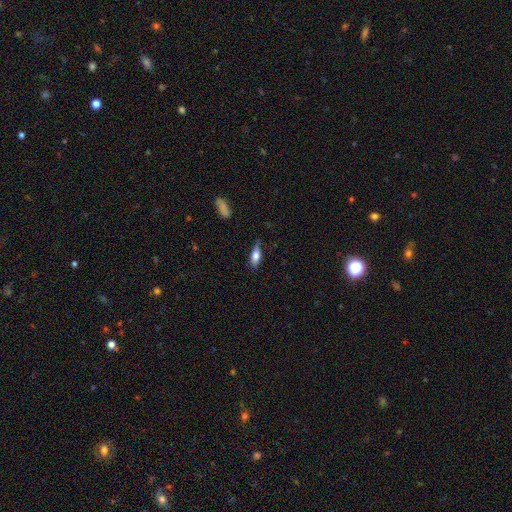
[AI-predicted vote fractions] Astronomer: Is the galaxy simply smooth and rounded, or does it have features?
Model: smooth — 70%.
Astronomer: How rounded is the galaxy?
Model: in between — 65%.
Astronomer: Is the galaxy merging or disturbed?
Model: none — 71%.